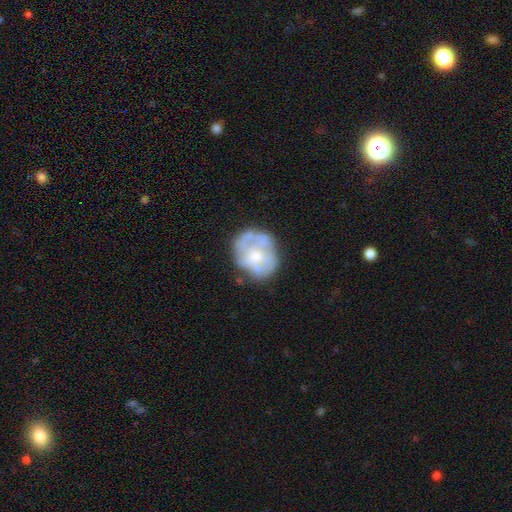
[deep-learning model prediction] Morphology: type=featured or disk (57%); edge-on=no (98%); bar=no (86%); spiral arms=no (74%); bulge=moderate (47%); merging=none (53%).